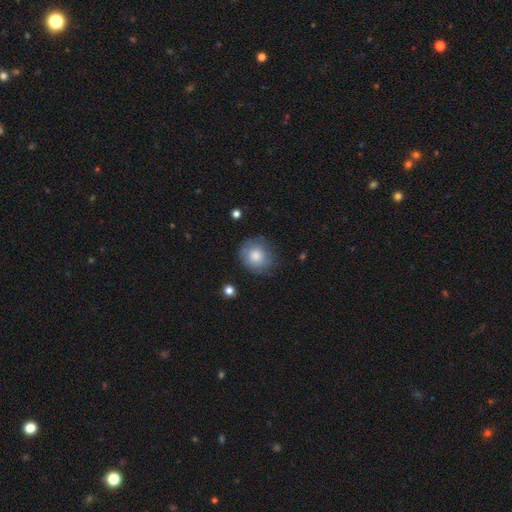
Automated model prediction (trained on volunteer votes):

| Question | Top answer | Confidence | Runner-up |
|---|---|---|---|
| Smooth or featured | smooth | 76% | featured or disk (16%) |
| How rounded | round | 84% | in between (15%) |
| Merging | none | 74% | minor disturbance (18%) |